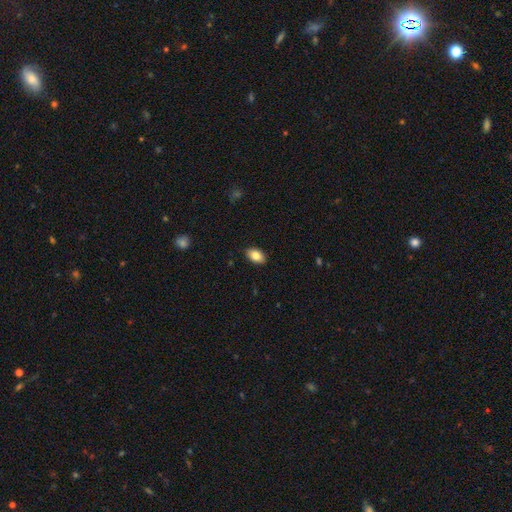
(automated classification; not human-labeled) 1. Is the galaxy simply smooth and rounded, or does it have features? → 84% smooth, 9% featured or disk, 7% star or artifact.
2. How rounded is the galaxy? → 91% in between, 7% round, 2% cigar-shaped.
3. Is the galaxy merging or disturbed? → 89% none, 9% minor disturbance, 2% major disturbance, 1% merger.